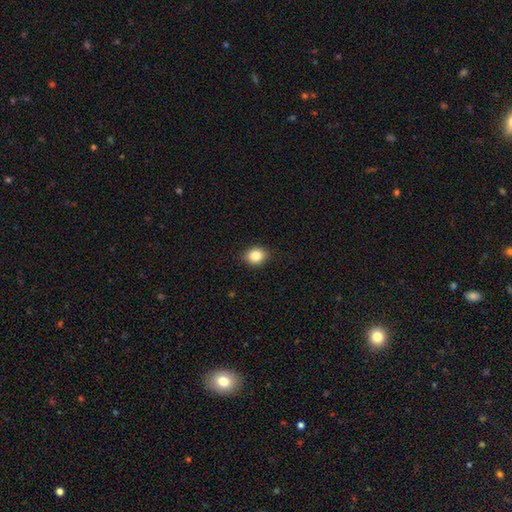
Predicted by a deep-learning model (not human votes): Smooth or featured: smooth — 85% (star or artifact — 10%)
How rounded: round — 62% (in between — 37%)
Merging: none — 89% (minor disturbance — 8%)